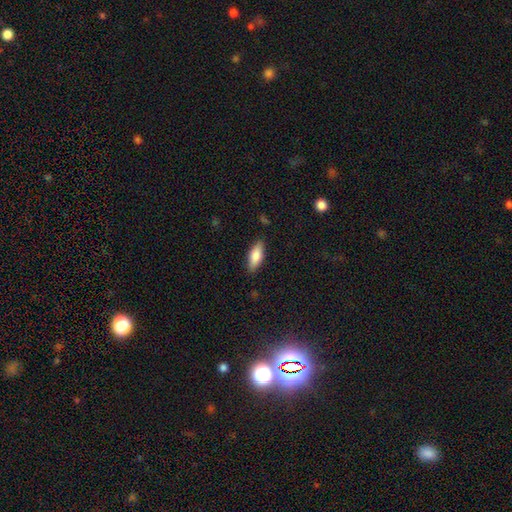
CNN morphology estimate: This is clearly a smooth galaxy (82%). How rounded: likely in between (75%). Merging: clearly none (86%).